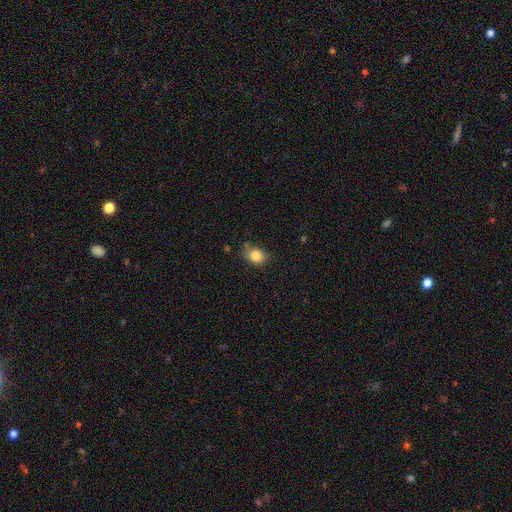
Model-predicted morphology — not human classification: A smooth galaxy with no disk features (84%) that is in between round and cigar-shaped (50%). Merging: none (69%).